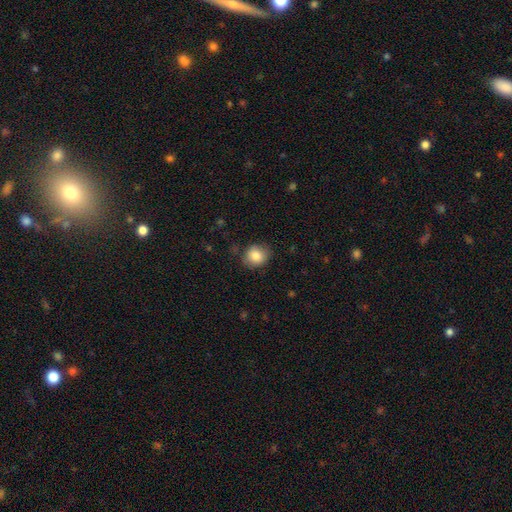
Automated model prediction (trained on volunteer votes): Smooth or featured? smooth (83%)
How rounded? round (78%)
Merging? none (80%)